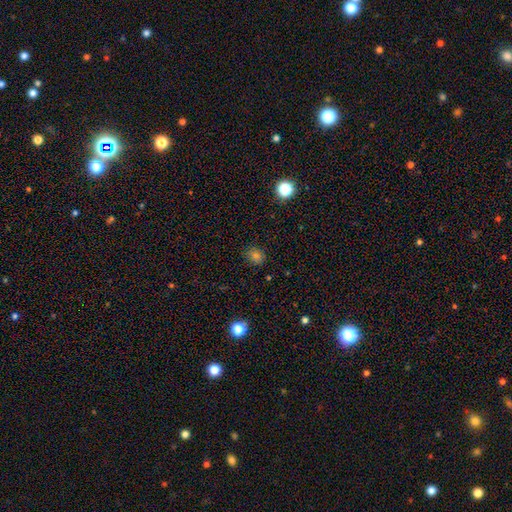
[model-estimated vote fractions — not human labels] A smooth galaxy with no disk features (75%) that is round (66%). Merging: none (85%).